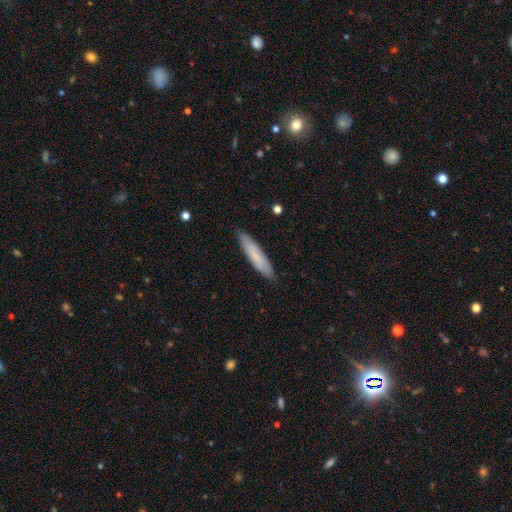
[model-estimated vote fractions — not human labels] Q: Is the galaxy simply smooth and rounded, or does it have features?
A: smooth — 67%.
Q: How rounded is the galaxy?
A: cigar-shaped — 82%.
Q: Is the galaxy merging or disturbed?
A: none — 86%.